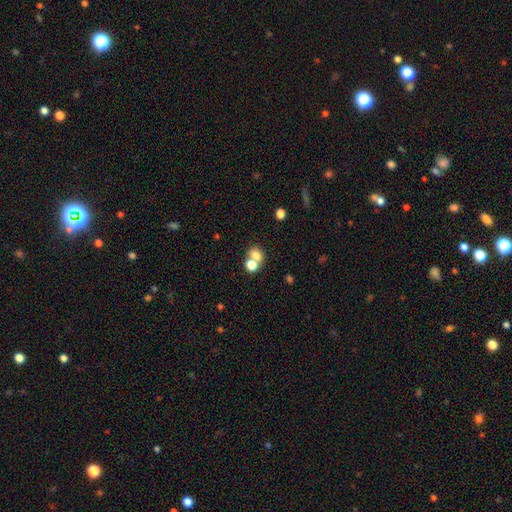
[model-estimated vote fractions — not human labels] This is likely a smooth galaxy (74%). How rounded: possibly in between (52%). Merging: possibly merger (49%).